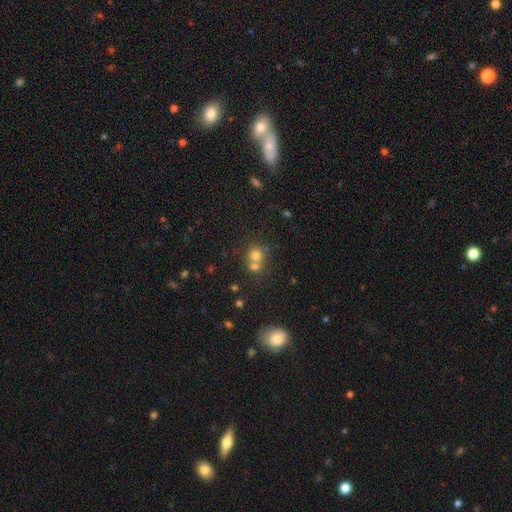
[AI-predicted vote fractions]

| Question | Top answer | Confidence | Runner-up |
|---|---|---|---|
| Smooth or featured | smooth | 71% | star or artifact (16%) |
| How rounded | round | 84% | in between (15%) |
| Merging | merger | 51% | none (40%) |